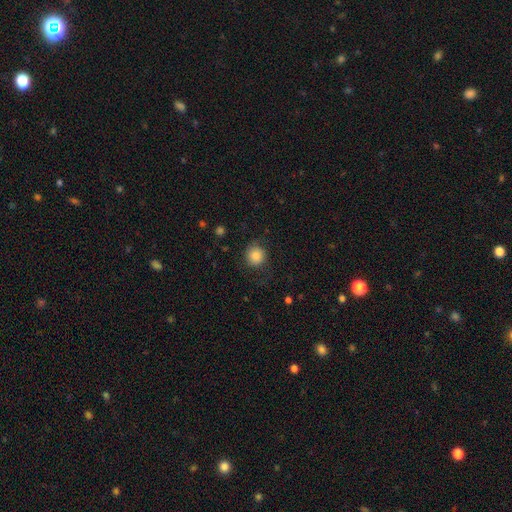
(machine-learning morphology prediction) Smooth or featured?
  - smooth: 83% *
  - star or artifact: 9%
  - featured or disk: 8%
How rounded?
  - round: 91% *
  - in between: 8%
  - cigar-shaped: 1%
Merging?
  - none: 78% *
  - minor disturbance: 14%
  - major disturbance: 7%
  - merger: 1%